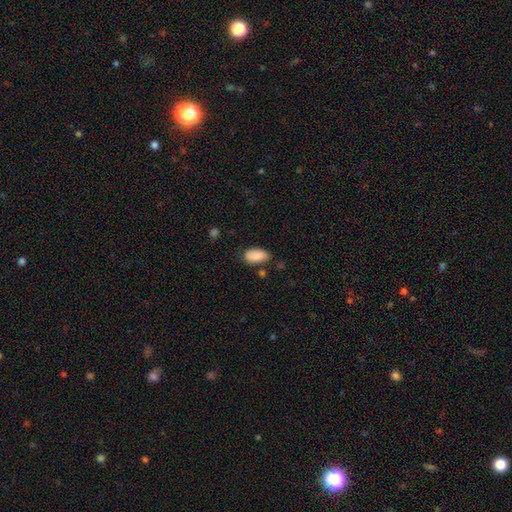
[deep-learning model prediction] The model was most divided on "merging": none: 72%, minor disturbance: 19%, merger: 4%, major disturbance: 4%. More confident: how rounded — in between (93%); smooth or featured — smooth (88%).